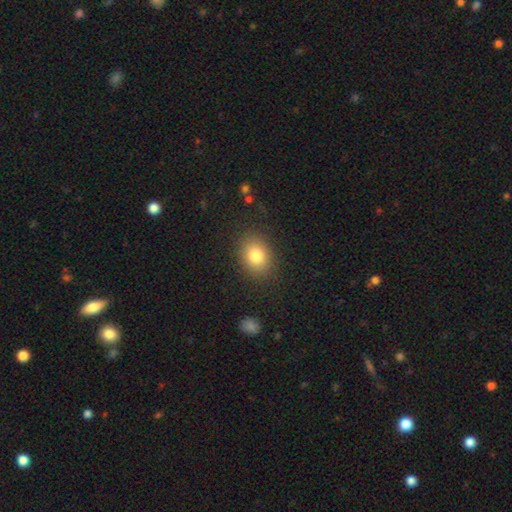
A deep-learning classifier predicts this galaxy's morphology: smooth_or_featured: smooth (p=0.82) [alt: star or artifact p=0.10]
how_rounded: round (p=0.50) [alt: in between p=0.49]
merging: none (p=0.86) [alt: minor disturbance p=0.10]